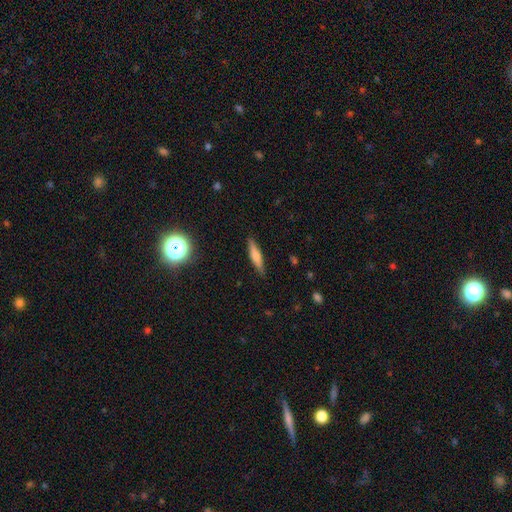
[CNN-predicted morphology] The model was most divided on "smooth or featured": smooth: 66%, featured or disk: 26%, star or artifact: 8%. More confident: merging — none (87%); how rounded — cigar-shaped (82%).